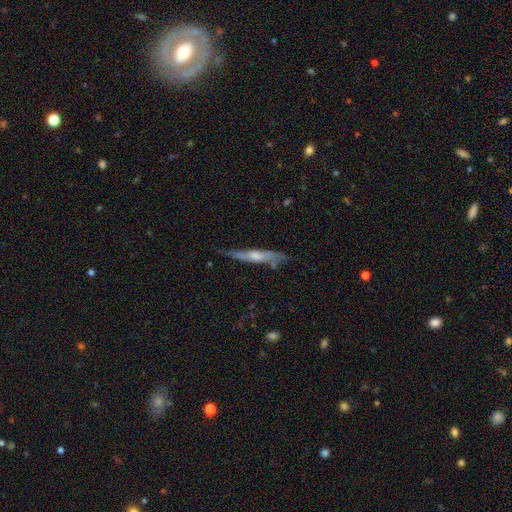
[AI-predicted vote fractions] Smooth or featured? featured or disk (61%)
Edge-on disk? yes (87%)
Edge-on bulge? rounded (65%)
Merging? none (69%)